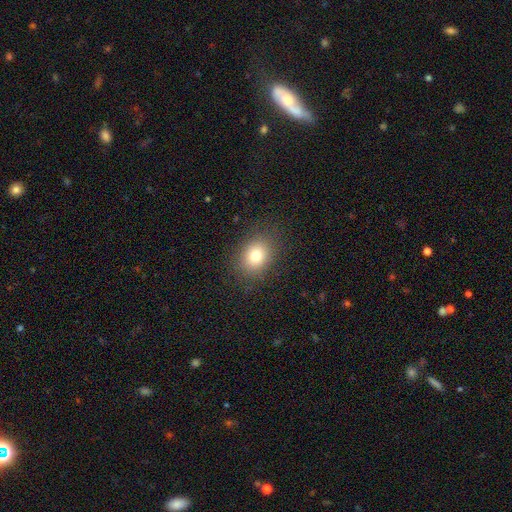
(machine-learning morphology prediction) This is likely a smooth galaxy (78%). How rounded: possibly in between (50%). Merging: clearly none (85%).